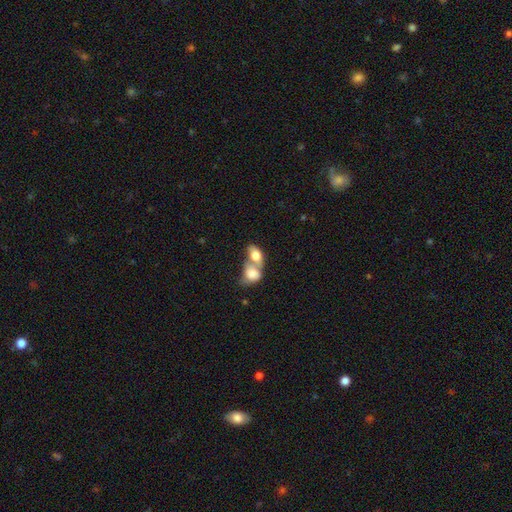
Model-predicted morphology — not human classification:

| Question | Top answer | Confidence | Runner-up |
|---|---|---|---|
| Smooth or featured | smooth | 75% | featured or disk (18%) |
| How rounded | in between | 80% | round (18%) |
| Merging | merger | 77% | none (13%) |